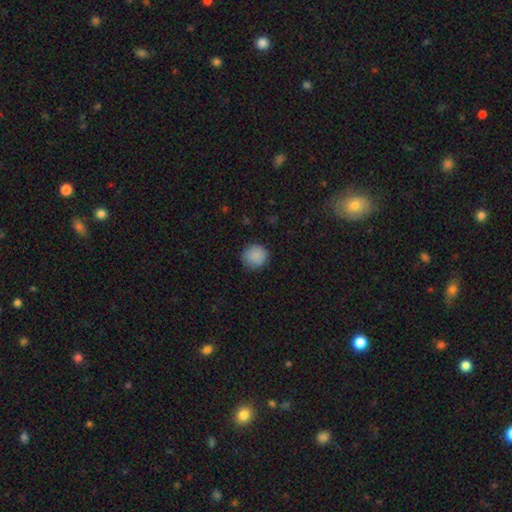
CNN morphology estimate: Overall: smooth (87%). How rounded: round (88%). Merging: none (85%).